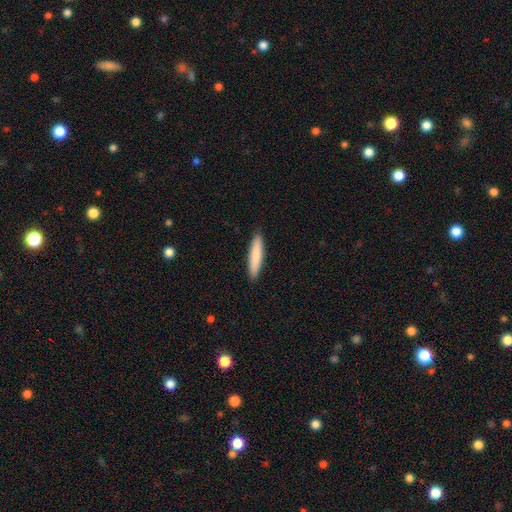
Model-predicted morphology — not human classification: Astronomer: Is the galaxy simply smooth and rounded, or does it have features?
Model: smooth — 85%.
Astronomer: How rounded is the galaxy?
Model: cigar-shaped — 84%.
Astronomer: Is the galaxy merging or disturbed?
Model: none — 91%.